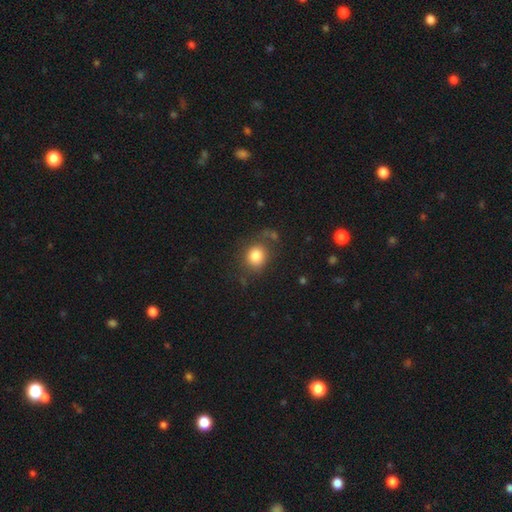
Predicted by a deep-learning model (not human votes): smooth-or-featured: smooth: 82% | star or artifact: 10% | featured or disk: 8%
  how-rounded: round: 74% | in between: 25% | cigar-shaped: 1%
  merging: none: 73% | minor disturbance: 15% | major disturbance: 7% | merger: 5%